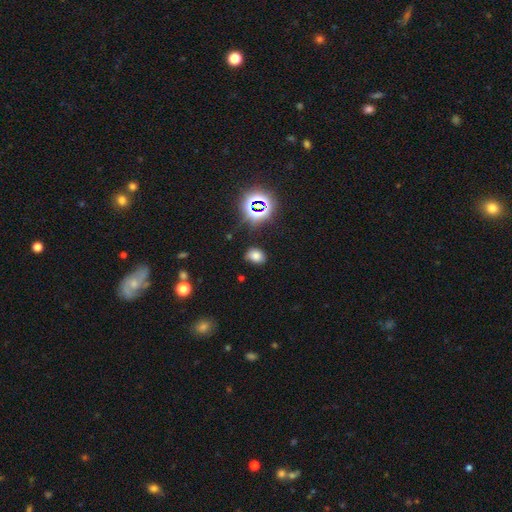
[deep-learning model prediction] Morphology: type=smooth (69%); roundness=in between (65%); merging=none (76%).